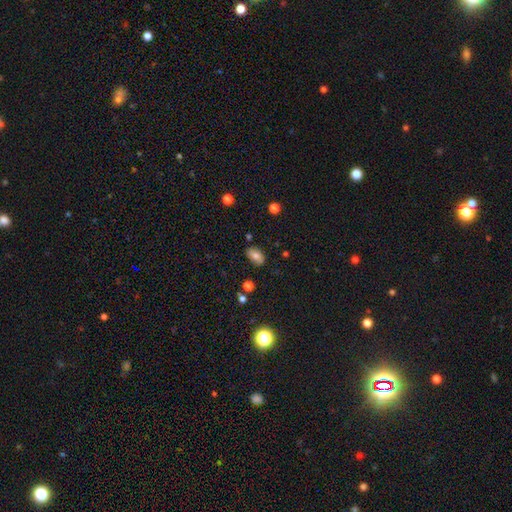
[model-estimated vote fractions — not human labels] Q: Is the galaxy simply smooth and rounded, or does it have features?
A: smooth — 69%.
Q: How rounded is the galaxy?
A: in between — 88%.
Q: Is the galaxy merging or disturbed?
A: none — 77%.